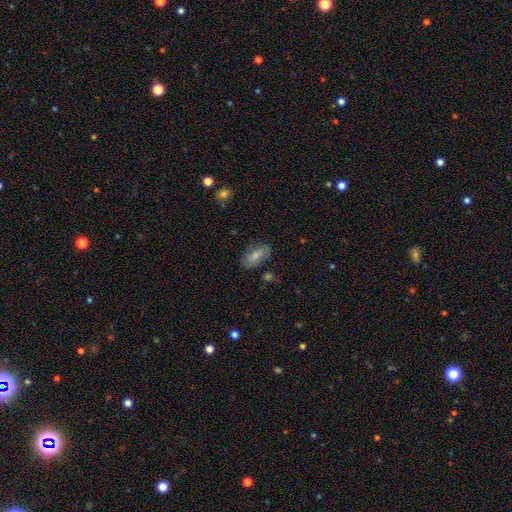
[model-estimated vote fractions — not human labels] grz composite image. It shows a smooth galaxy with no disk features (75%) that is in between round and cigar-shaped (92%). Merging: none (76%).